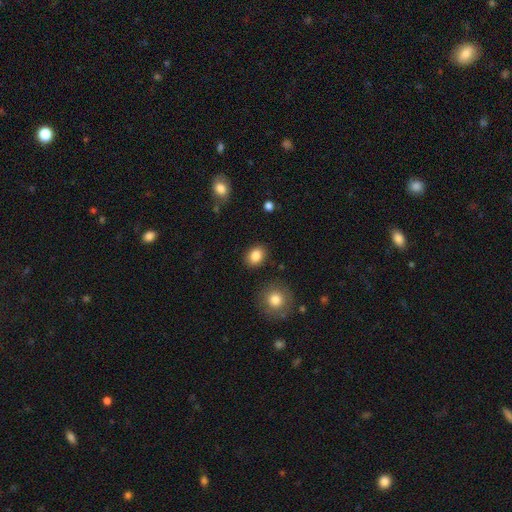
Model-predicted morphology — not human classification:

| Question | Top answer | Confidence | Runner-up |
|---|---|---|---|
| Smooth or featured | smooth | 85% | star or artifact (9%) |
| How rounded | in between | 51% | round (48%) |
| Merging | none | 87% | minor disturbance (8%) |